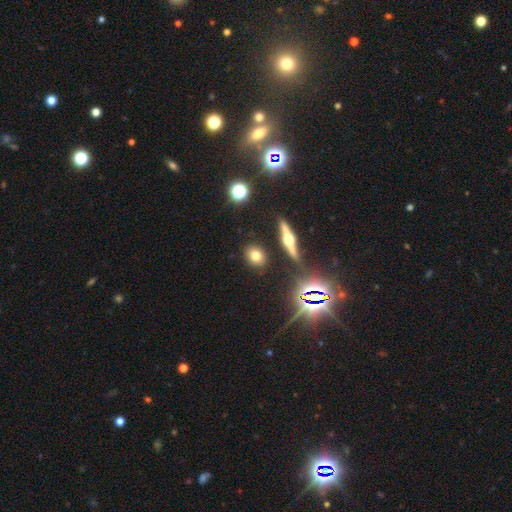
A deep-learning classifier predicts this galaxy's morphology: A smooth galaxy with no disk features (71%) that is round (61%).

Vote fractions:
- Smooth or featured? smooth: 71% / star or artifact: 15% / featured or disk: 14%
- How rounded? round: 61% / in between: 35% / cigar-shaped: 4%
- Merging? none: 87% / minor disturbance: 8% / merger: 3% / major disturbance: 3%